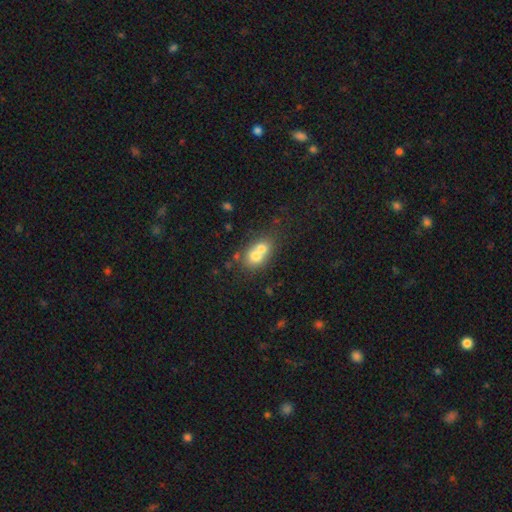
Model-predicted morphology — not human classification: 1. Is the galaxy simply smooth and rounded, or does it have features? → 65% smooth, 24% featured or disk, 11% star or artifact.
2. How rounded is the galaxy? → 60% round, 39% in between, 1% cigar-shaped.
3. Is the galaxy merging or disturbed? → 69% merger, 22% none, 6% minor disturbance, 3% major disturbance.